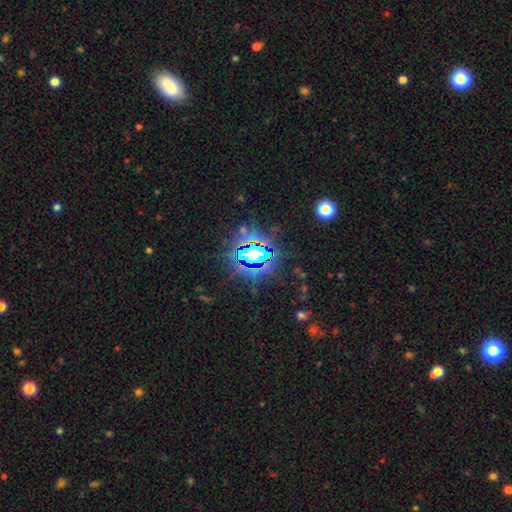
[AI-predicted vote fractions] This appears to be a star or artifact, not a galaxy (75%).